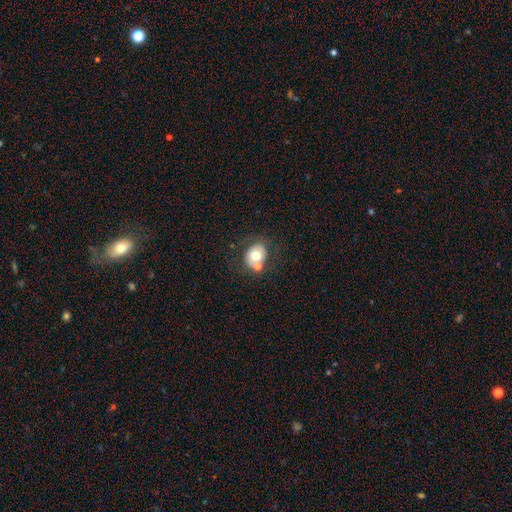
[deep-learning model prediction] The model was most divided on "how rounded": round: 61%, in between: 38%, cigar-shaped: 1%. More confident: smooth or featured — smooth (65%); merging — none (52%).